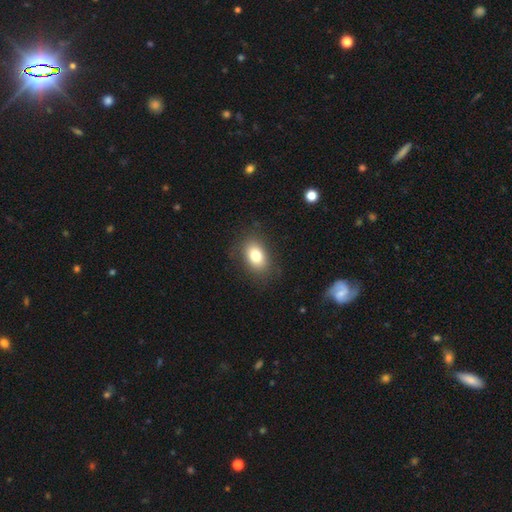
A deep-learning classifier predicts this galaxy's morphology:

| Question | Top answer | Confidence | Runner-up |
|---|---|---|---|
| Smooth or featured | smooth | 80% | featured or disk (11%) |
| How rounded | in between | 78% | round (20%) |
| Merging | none | 83% | minor disturbance (12%) |